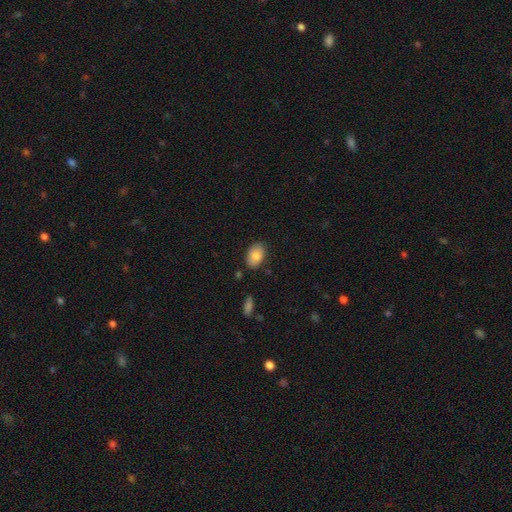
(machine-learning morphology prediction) Overall: smooth (85%). How rounded: in between (90%). Merging: none (83%).